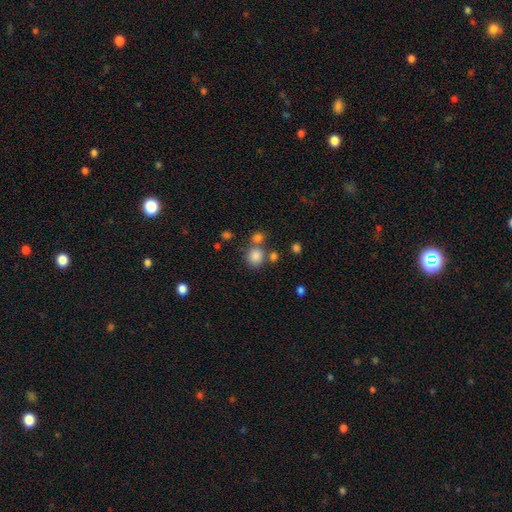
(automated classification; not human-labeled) Smooth or featured: smooth — 82% (star or artifact — 12%)
How rounded: round — 82% (in between — 17%)
Merging: none — 62% (merger — 23%)